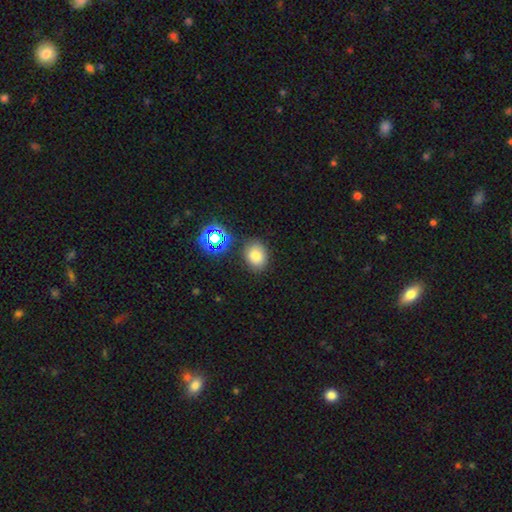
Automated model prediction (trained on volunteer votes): Morphology: type=smooth (76%); roundness=in between (53%); merging=none (81%).